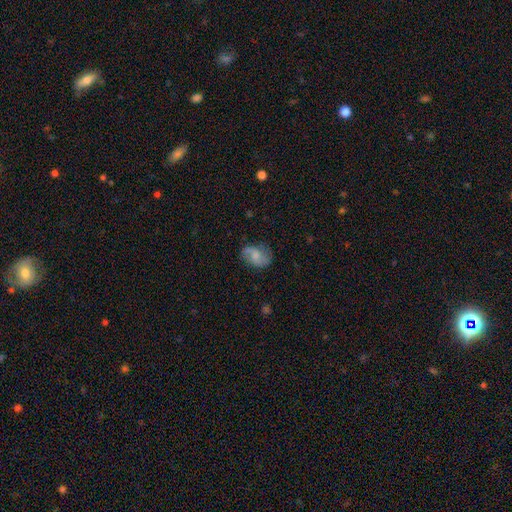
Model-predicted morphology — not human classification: Smooth or featured: featured or disk — 50% (smooth — 41%)
Edge-on disk: no — 97% (yes — 3%)
Merging: none — 65% (minor disturbance — 23%)